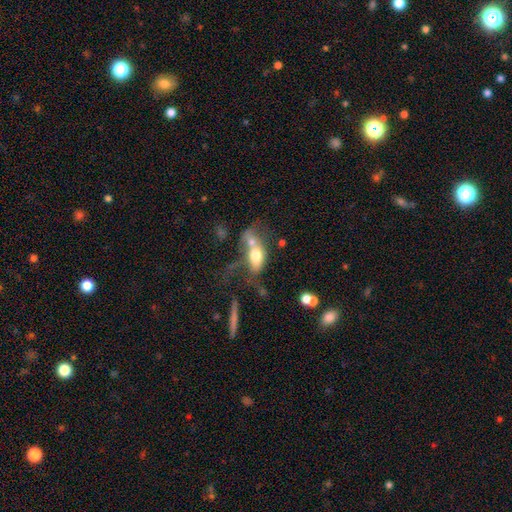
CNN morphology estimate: Smooth or featured? smooth (62%)
How rounded? in between (80%)
Merging? merger (52%)